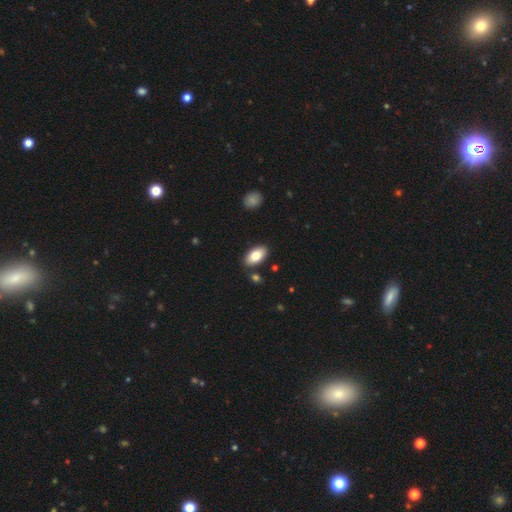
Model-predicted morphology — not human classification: A smooth galaxy with no disk features (81%) that is in between round and cigar-shaped (95%).

Vote fractions:
- Smooth or featured? smooth: 81% / featured or disk: 12% / star or artifact: 7%
- How rounded? in between: 95% / round: 3% / cigar-shaped: 2%
- Merging? none: 86% / minor disturbance: 9% / merger: 3% / major disturbance: 2%